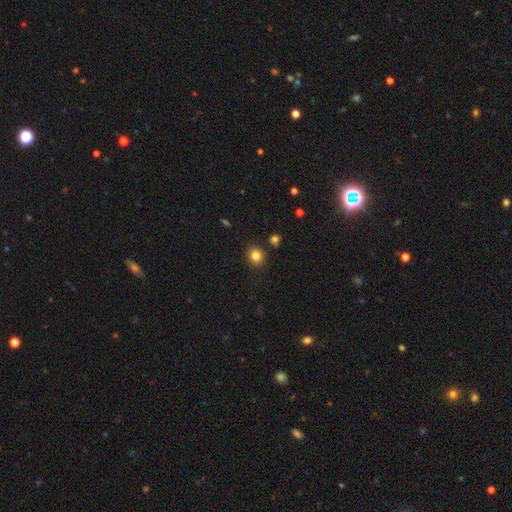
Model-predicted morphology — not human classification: This appears to be a smooth galaxy with no disk features (83%) that is round (78%). Merging: none (87%).